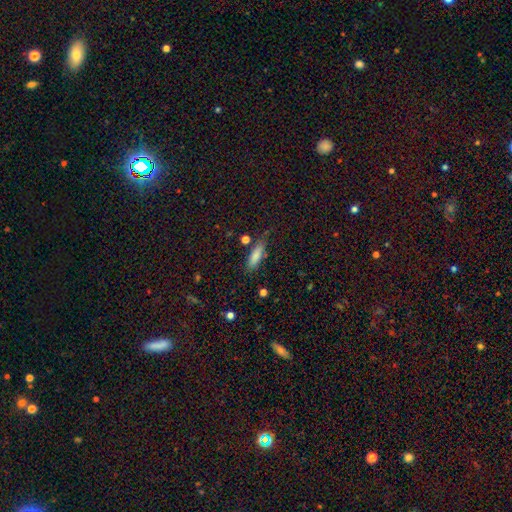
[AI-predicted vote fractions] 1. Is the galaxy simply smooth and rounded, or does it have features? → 82% smooth, 10% featured or disk, 8% star or artifact.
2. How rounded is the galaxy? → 51% in between, 47% cigar-shaped, 2% round.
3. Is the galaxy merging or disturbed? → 72% none, 19% minor disturbance, 5% major disturbance, 4% merger.